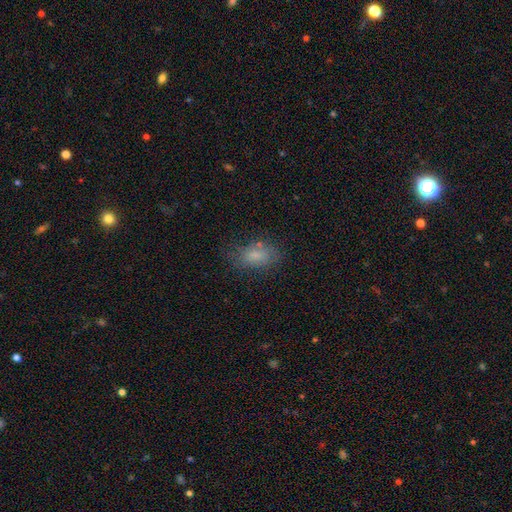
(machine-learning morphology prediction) A smooth galaxy with no disk features (73%) that is in between round and cigar-shaped (87%). Merging: none (65%).